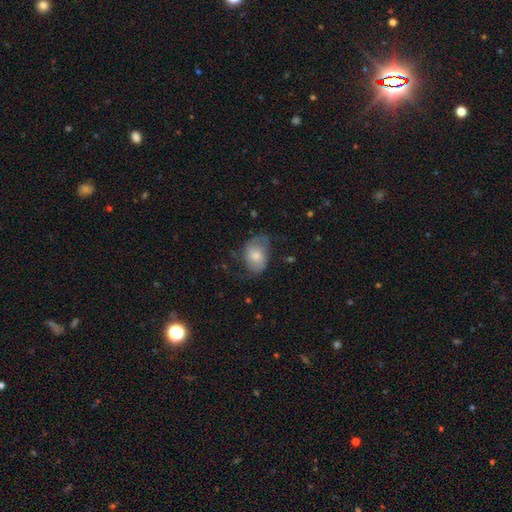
smooth 50%, featured or disk 42%, star or artifact 8%. Down the decision tree: how rounded — in between (95%); merging — none (46%).